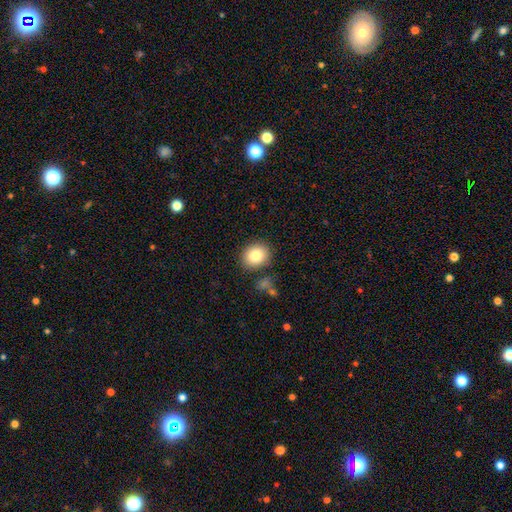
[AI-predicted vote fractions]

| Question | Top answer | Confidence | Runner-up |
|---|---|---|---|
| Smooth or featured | smooth | 83% | star or artifact (9%) |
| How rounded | round | 65% | in between (34%) |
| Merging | none | 85% | minor disturbance (9%) |